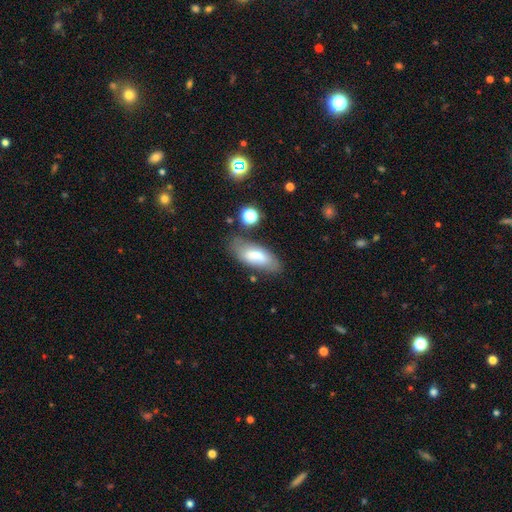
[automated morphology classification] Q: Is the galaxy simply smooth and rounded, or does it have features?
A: smooth — 69%.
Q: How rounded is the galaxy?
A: in between — 81%.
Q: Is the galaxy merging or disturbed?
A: none — 65%.